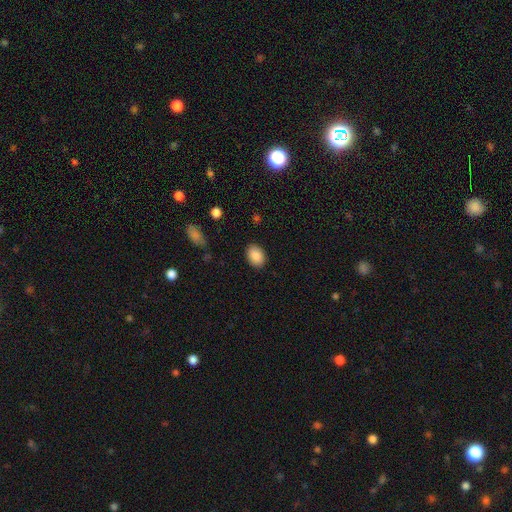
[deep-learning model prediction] Smooth or featured: smooth — 88% (star or artifact — 8%)
How rounded: in between — 76% (round — 23%)
Merging: none — 87% (minor disturbance — 9%)